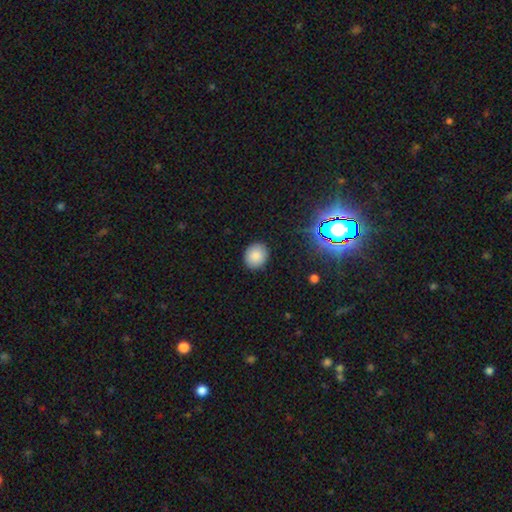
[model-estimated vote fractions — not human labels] Morphology: type=smooth (84%); roundness=round (79%); merging=none (89%).